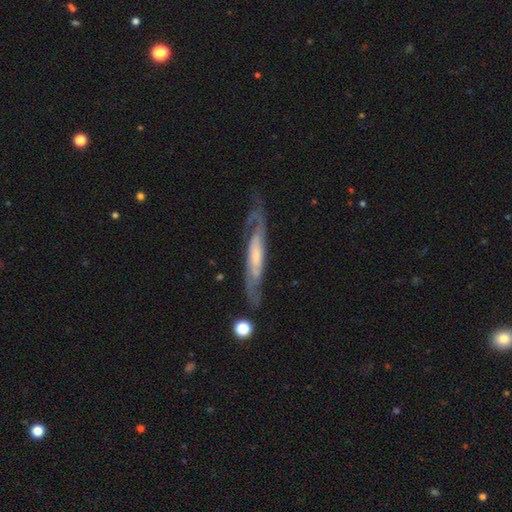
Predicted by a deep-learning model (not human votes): Morphology: type=featured or disk (80%); edge-on=no (68%); bar=no (46%); spiral arms=yes (93%); winding=medium (46%); arm count=2 (72%); bulge=small (42%); merging=none (65%).